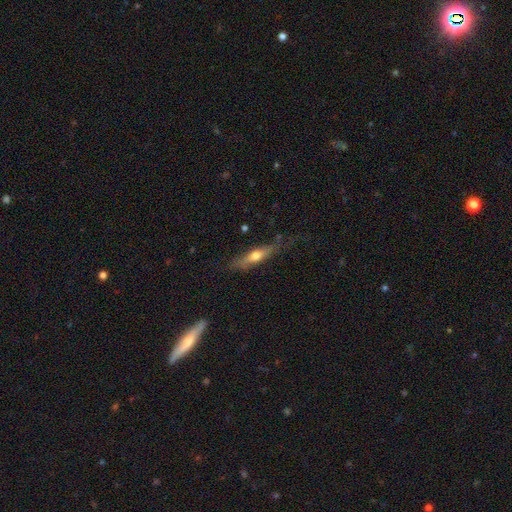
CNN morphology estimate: Smooth or featured? Predicted: smooth (p=0.52). How rounded? Predicted: cigar-shaped (p=0.73). Merging? Predicted: none (p=0.68).